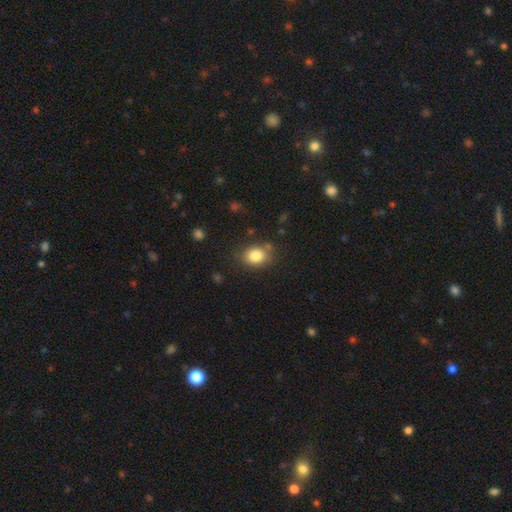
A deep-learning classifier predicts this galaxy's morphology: smooth_or_featured: smooth (p=0.84) [alt: star or artifact p=0.09]
how_rounded: in between (p=0.58) [alt: round p=0.41]
merging: none (p=0.78) [alt: minor disturbance p=0.14]